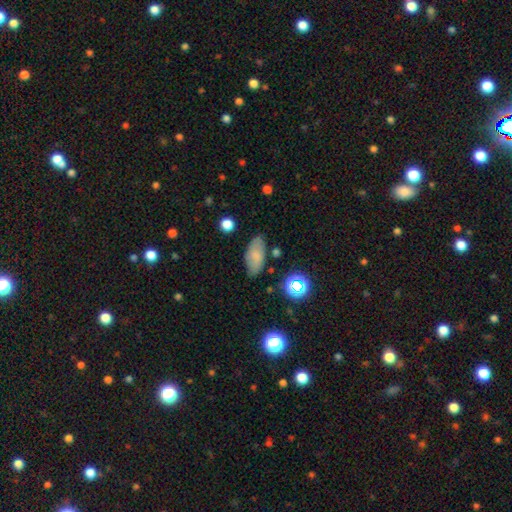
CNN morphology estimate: Smooth or featured? Predicted: smooth (p=0.76). How rounded? Predicted: in between (p=0.89). Merging? Predicted: none (p=0.79).